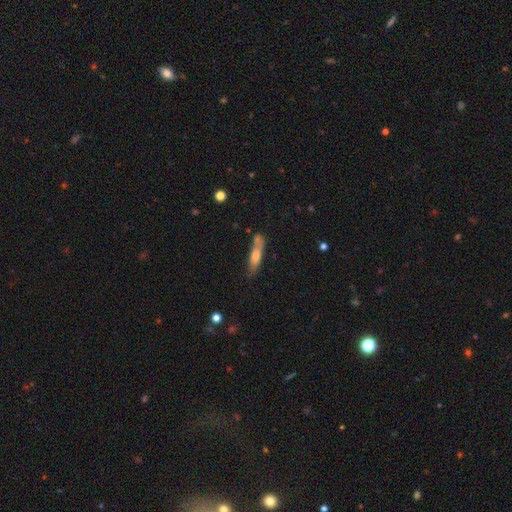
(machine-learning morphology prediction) A smooth galaxy with no disk features (66%) that is cigar-shaped (74%). Merging: none (53%).